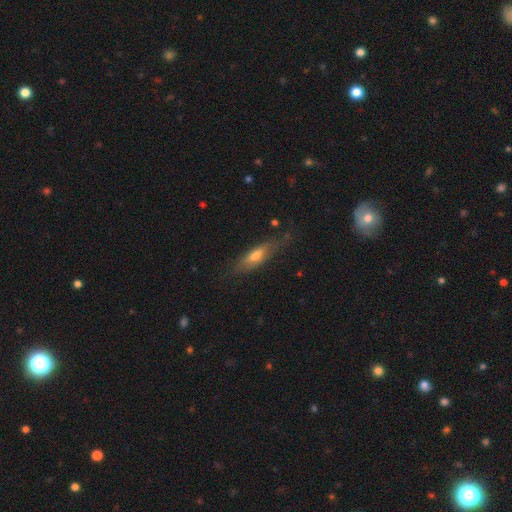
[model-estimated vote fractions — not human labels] This appears to be a smooth galaxy with no disk features (54%) that is cigar-shaped (61%). Merging: none (70%).